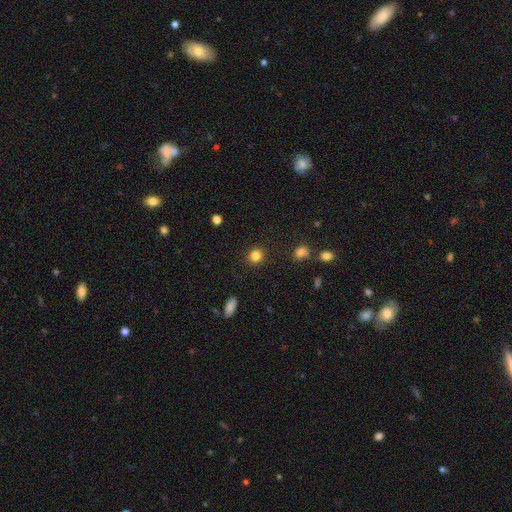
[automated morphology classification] This is clearly a smooth galaxy (84%). How rounded: clearly round (86%). Merging: clearly none (90%).